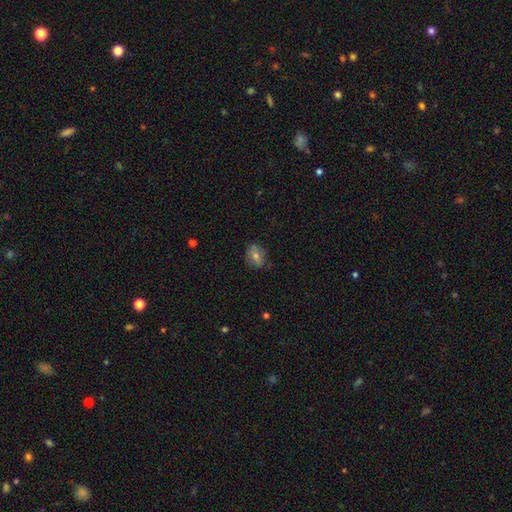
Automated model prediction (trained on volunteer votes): This is possibly a smooth galaxy (57%). How rounded: possibly in between (57%). Merging: likely none (77%).